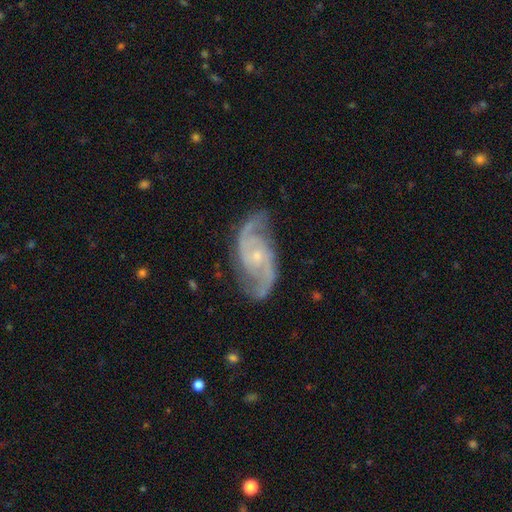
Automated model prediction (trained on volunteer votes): featured or disk 92%, star or artifact 5%, smooth 4%. Down the decision tree: edge-on disk — no (97%); bar — no (63%); spiral arms — yes (98%); spiral arm count — 2 (89%); spiral winding — medium (57%); bulge size — small (75%); merging — none (77%).